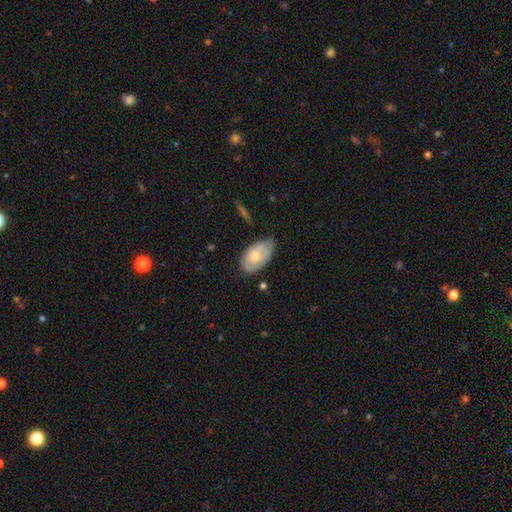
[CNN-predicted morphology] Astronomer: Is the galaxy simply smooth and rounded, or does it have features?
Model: smooth — 62%.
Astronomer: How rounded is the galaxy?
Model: in between — 94%.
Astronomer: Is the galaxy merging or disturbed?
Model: none — 68%.